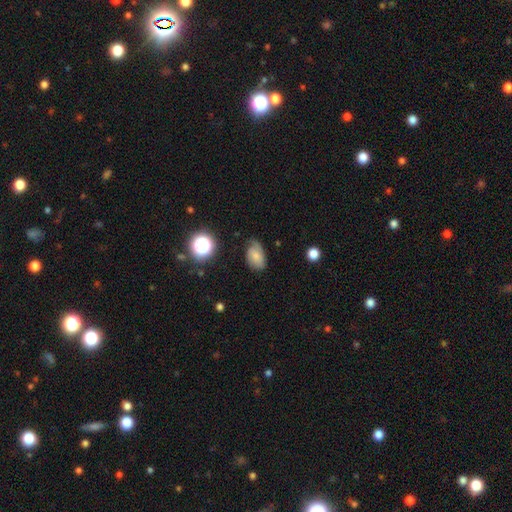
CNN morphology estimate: smooth 59%, featured or disk 29%, star or artifact 12%. Down the decision tree: how rounded — in between (87%); merging — none (56%).